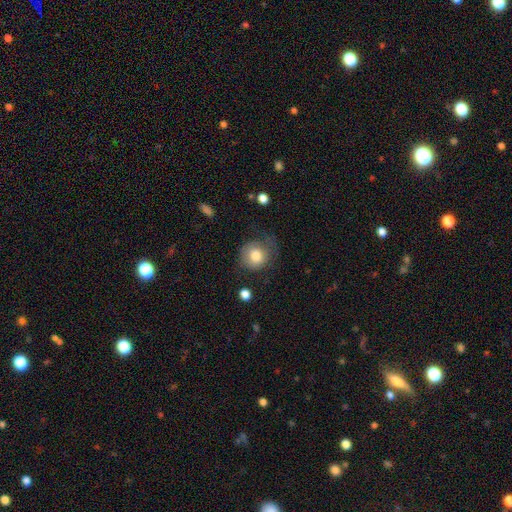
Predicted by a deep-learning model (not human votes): Smooth or featured? Predicted: smooth (p=0.79). How rounded? Predicted: round (p=0.82). Merging? Predicted: none (p=0.51).